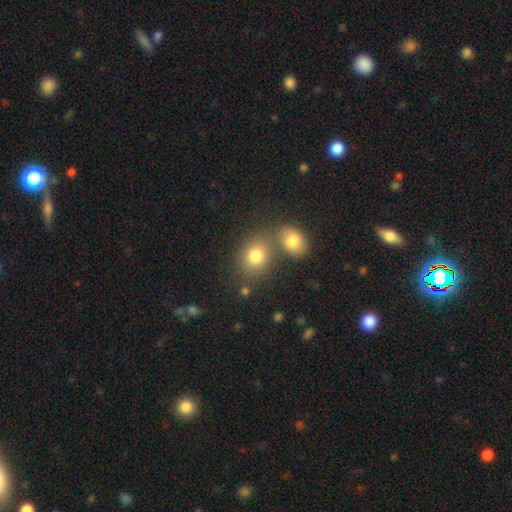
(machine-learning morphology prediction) A smooth galaxy with no disk features (79%) that is round (58%).

Vote fractions:
- Smooth or featured? smooth: 79% / star or artifact: 12% / featured or disk: 9%
- How rounded? round: 58% / in between: 41% / cigar-shaped: 1%
- Merging? none: 54% / merger: 33% / minor disturbance: 10% / major disturbance: 4%